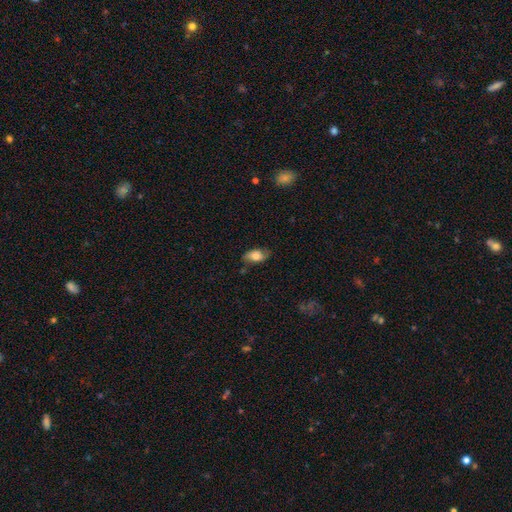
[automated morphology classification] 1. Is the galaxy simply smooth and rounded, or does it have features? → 70% smooth, 22% featured or disk, 8% star or artifact.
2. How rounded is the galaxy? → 90% in between, 6% round, 4% cigar-shaped.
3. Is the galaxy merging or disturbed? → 69% none, 23% minor disturbance, 6% major disturbance, 2% merger.